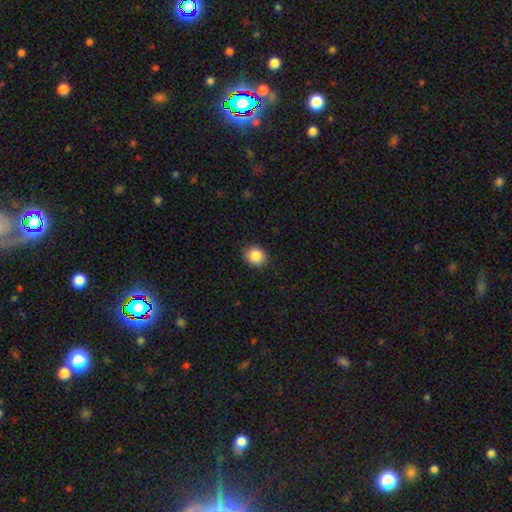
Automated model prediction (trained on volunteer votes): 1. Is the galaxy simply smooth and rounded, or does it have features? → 87% smooth, 9% star or artifact, 4% featured or disk.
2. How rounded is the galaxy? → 76% round, 23% in between, 1% cigar-shaped.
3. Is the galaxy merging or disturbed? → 89% none, 8% minor disturbance, 2% major disturbance, 1% merger.